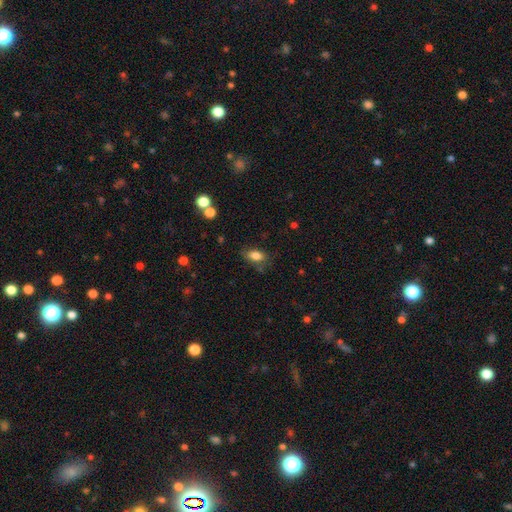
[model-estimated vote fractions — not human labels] Smooth or featured: smooth — 82% (star or artifact — 9%)
How rounded: in between — 87% (round — 9%)
Merging: none — 71% (minor disturbance — 20%)